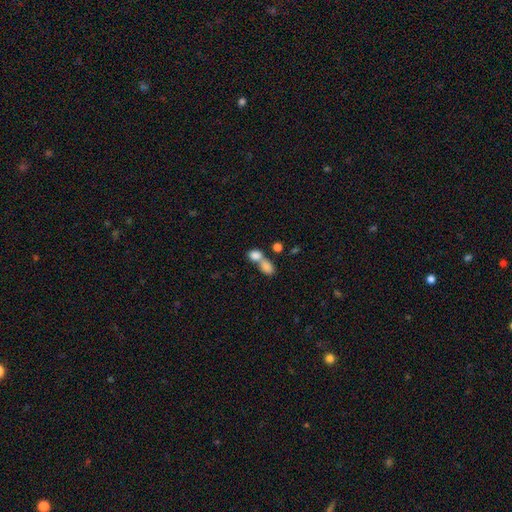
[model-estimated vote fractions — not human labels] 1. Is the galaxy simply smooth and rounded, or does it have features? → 81% smooth, 10% featured or disk, 9% star or artifact.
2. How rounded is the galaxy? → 66% in between, 32% round, 3% cigar-shaped.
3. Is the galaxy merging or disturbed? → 68% merger, 22% none, 6% minor disturbance, 4% major disturbance.